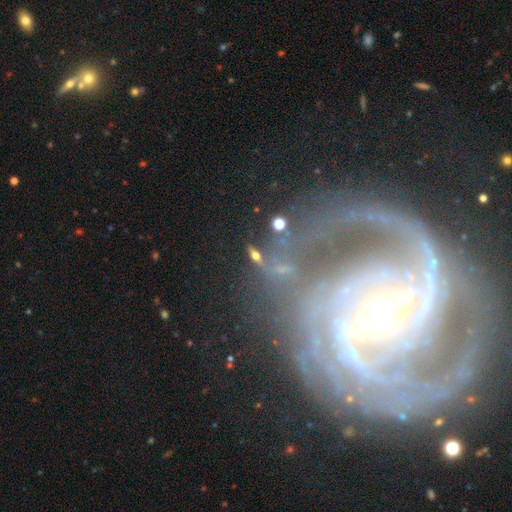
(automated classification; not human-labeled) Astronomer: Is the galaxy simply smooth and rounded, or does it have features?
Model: smooth — 41% (runner-up: featured or disk, 38%).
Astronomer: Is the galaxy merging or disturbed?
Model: none — 71%.